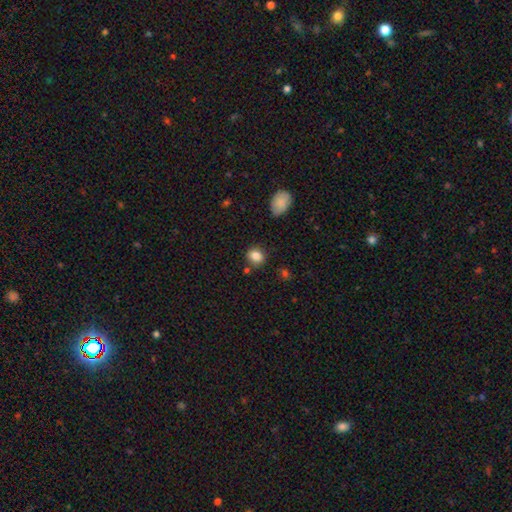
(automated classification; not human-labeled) smooth 85%, star or artifact 10%, featured or disk 5%. Down the decision tree: how rounded — round (66%); merging — none (80%).